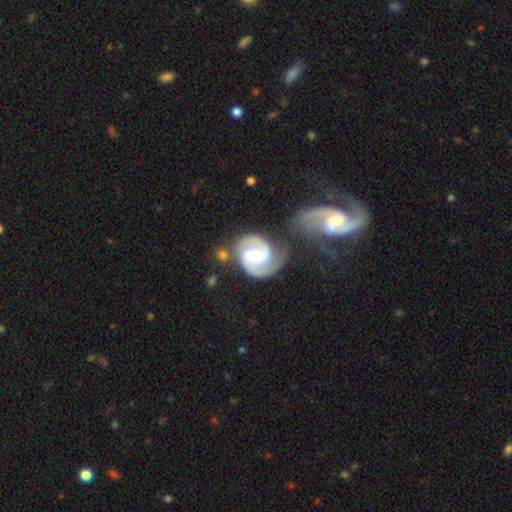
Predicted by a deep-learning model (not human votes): Smooth or featured? featured or disk (91%)
Edge-on disk? no (98%)
Bar? weak (44%)
Spiral arms? yes (98%)
Spiral winding? tight (47%)
Spiral arm count? 2 (90%)
Bulge size? moderate (57%)
Merging? none (53%)